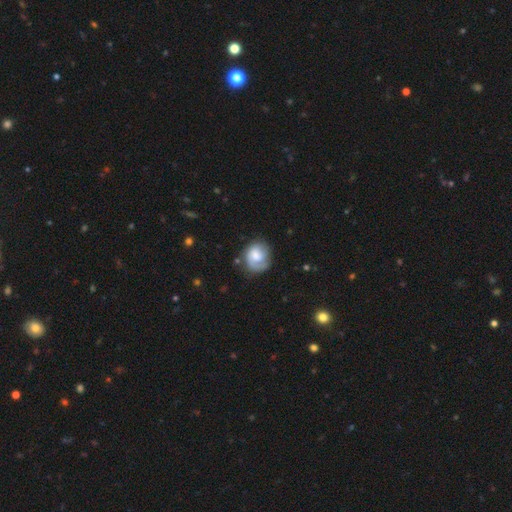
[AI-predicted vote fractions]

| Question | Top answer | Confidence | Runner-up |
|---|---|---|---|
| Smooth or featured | featured or disk | 47% | smooth (45%) |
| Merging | none | 65% | minor disturbance (22%) |